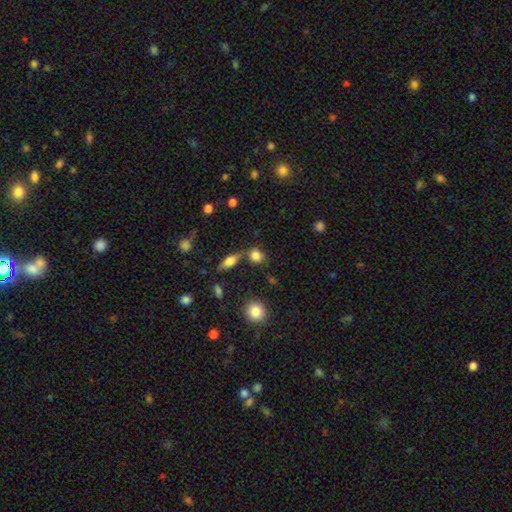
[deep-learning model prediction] smooth 83%, star or artifact 10%, featured or disk 7%. Down the decision tree: how rounded — round (73%); merging — none (66%).